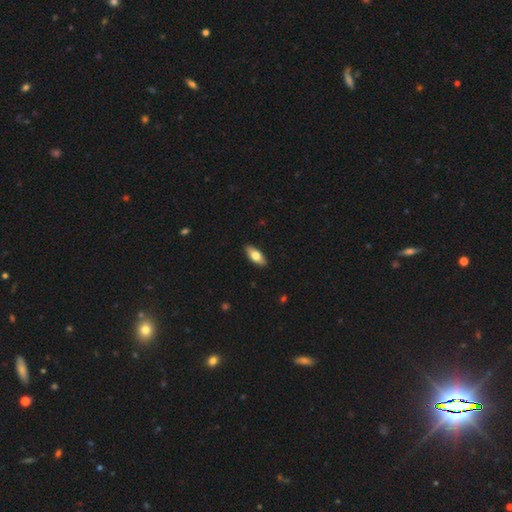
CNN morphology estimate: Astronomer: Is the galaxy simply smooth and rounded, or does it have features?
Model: smooth — 68%.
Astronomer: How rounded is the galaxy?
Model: in between — 79%.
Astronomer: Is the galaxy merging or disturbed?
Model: none — 89%.